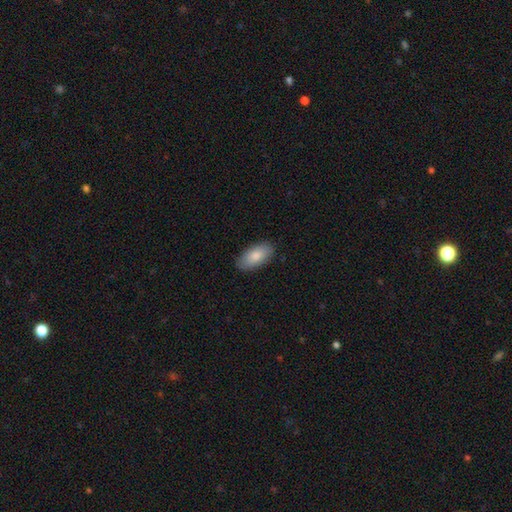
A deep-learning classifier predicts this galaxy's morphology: Smooth or featured? Predicted: smooth (p=0.86). How rounded? Predicted: in between (p=0.93). Merging? Predicted: none (p=0.88).